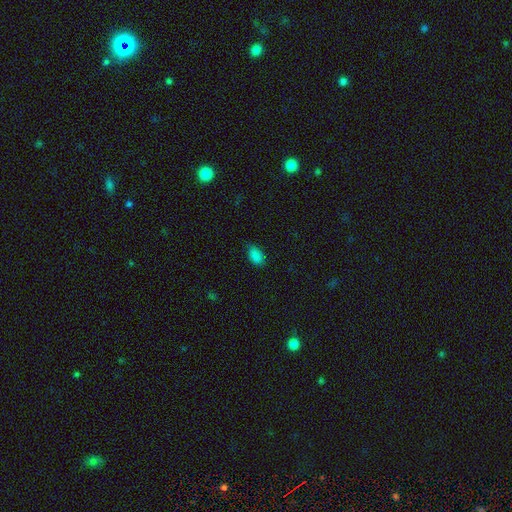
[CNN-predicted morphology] The model was most divided on "merging": none: 69%, minor disturbance: 25%, major disturbance: 5%, merger: 1%. More confident: how rounded — in between (91%); smooth or featured — smooth (84%).